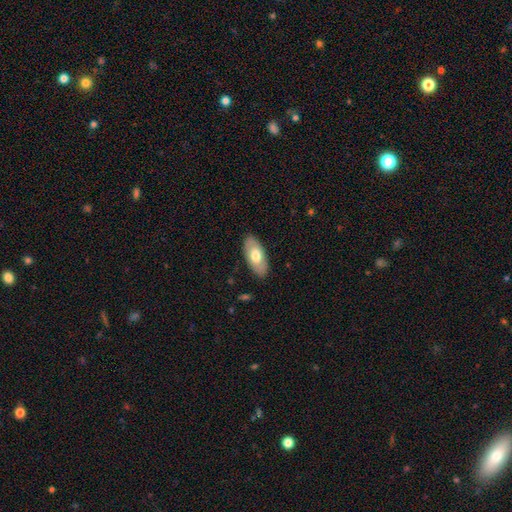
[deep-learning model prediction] This is likely a smooth galaxy (64%). How rounded: clearly in between (92%). Merging: clearly none (86%).